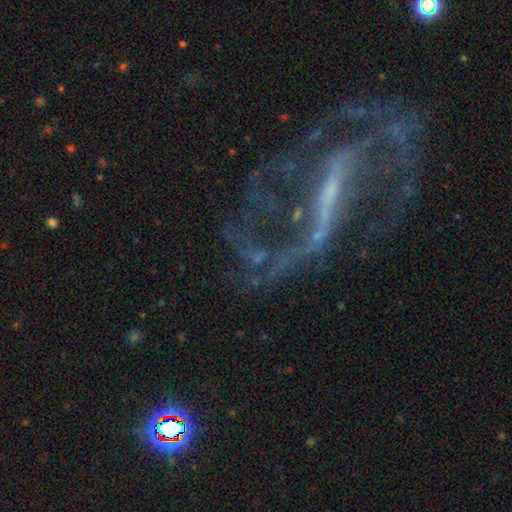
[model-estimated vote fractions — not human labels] Smooth or featured?
  - featured or disk: 67% *
  - star or artifact: 21%
  - smooth: 12%
Edge-on disk?
  - no: 86% *
  - yes: 14%
Bar?
  - strong: 40% *
  - no: 35%
  - weak: 25%
Spiral arms?
  - yes: 56% *
  - no: 44%
Bulge size?
  - small: 39% *
  - none: 38%
  - moderate: 17%
  - large: 3%
  - dominant: 2%
Merging?
  - none: 44% *
  - major disturbance: 33%
  - minor disturbance: 14%
  - merger: 10%